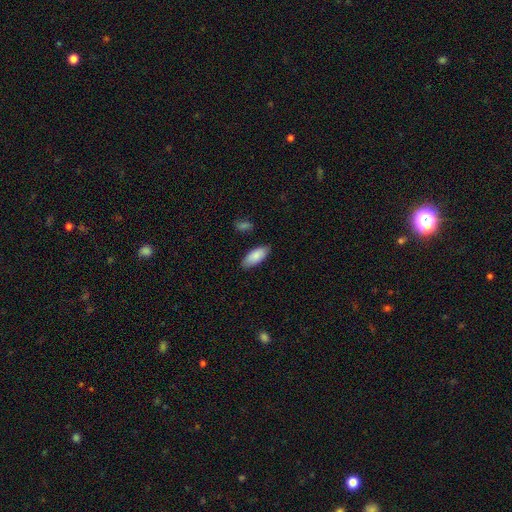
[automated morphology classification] Smooth or featured? smooth (86%)
How rounded? in between (86%)
Merging? none (83%)